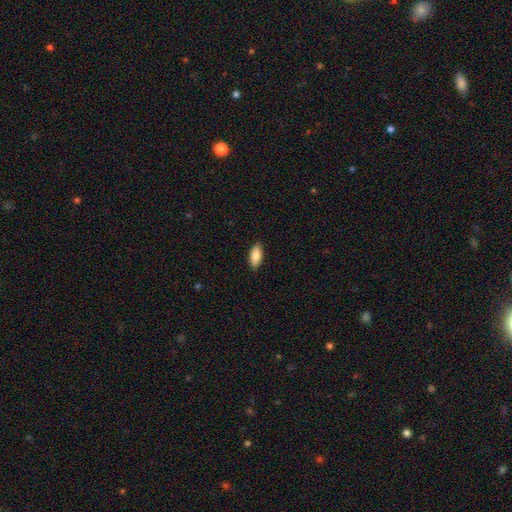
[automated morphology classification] Q: Smooth or featured?
A: smooth (86%); runner-up: featured or disk (8%)
Q: How rounded?
A: in between (87%); runner-up: cigar-shaped (11%)
Q: Merging?
A: none (87%); runner-up: minor disturbance (10%)